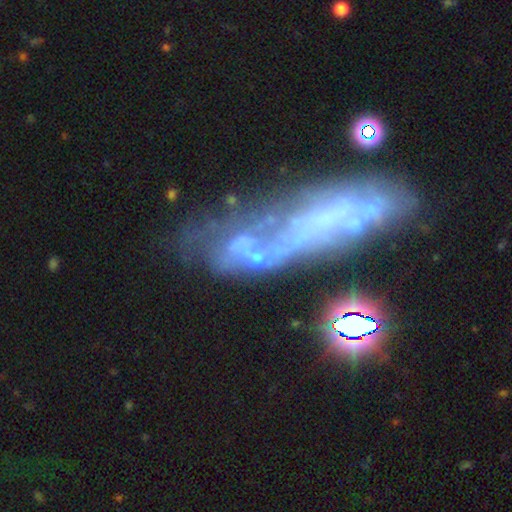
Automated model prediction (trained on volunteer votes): Smooth or featured? Predicted: featured or disk (p=0.56). Edge-on disk? Predicted: no (p=0.84). Merging? Predicted: none (p=0.33).